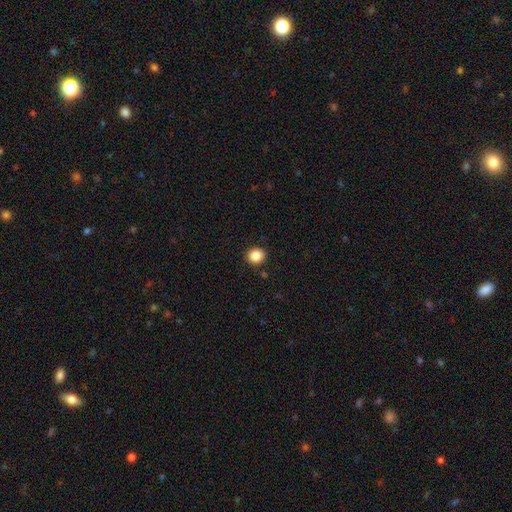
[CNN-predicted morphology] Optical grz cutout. It shows a smooth galaxy with no disk features (86%) that is round (83%). Merging: none (91%).